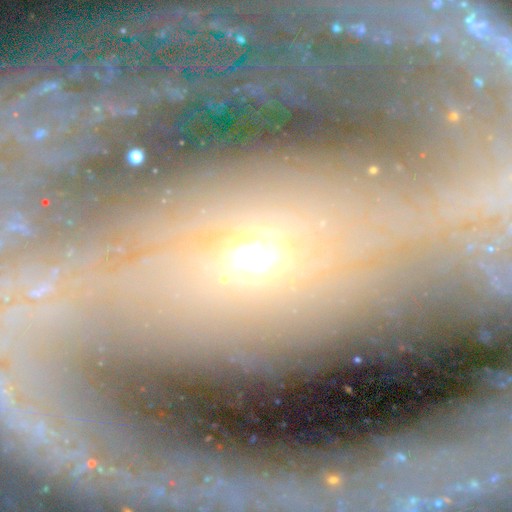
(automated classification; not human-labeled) smooth_or_featured: featured or disk (p=0.80) [alt: star or artifact p=0.11]
disk_edge_on: no (p=0.89) [alt: yes p=0.11]
bar: strong (p=0.36) [alt: no p=0.35]
has_spiral_arms: yes (p=0.83) [alt: no p=0.17]
spiral_winding: tight (p=0.45) [alt: medium p=0.33]
spiral_arm_count: 2 (p=0.46) [alt: can't tell p=0.19]
bulge_size: moderate (p=0.47) [alt: small p=0.44]
merging: none (p=0.53) [alt: minor disturbance p=0.18]